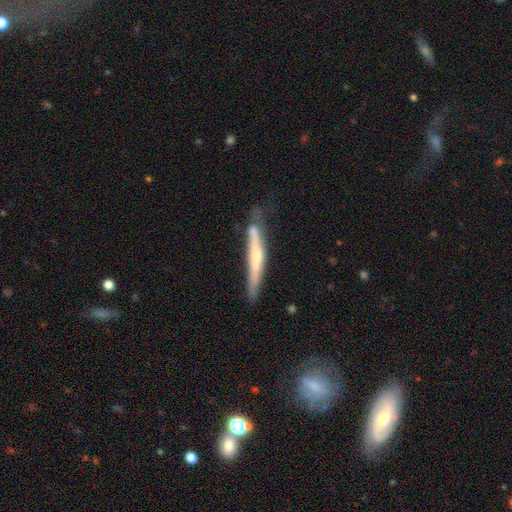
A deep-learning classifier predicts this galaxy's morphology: Smooth or featured: featured or disk — 53% (smooth — 41%)
Edge-on disk: yes — 91% (no — 9%)
Merging: none — 60% (minor disturbance — 26%)